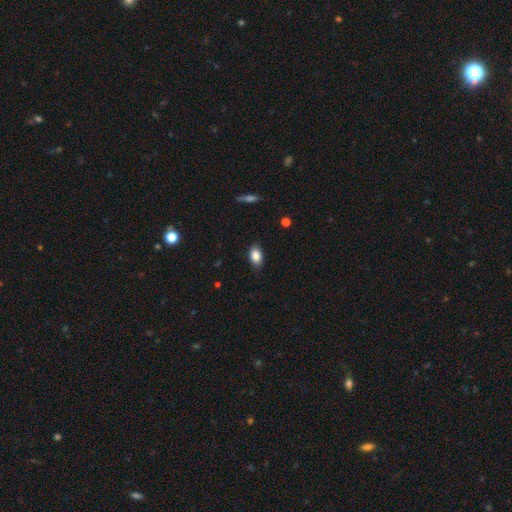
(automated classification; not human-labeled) Morphology: type=smooth (85%); roundness=in between (87%); merging=none (84%).